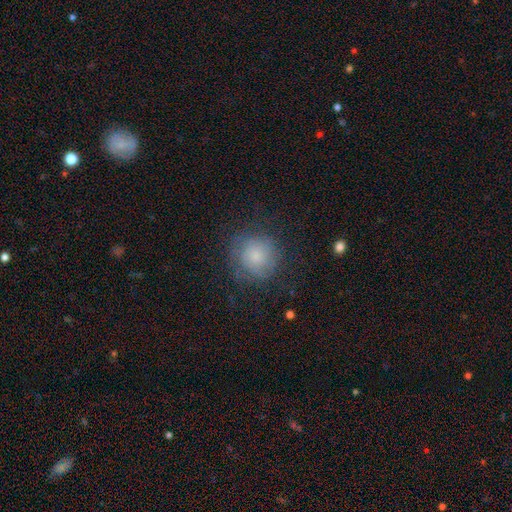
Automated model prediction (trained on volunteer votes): Q: Smooth or featured?
A: smooth (63%); runner-up: featured or disk (26%)
Q: How rounded?
A: round (92%); runner-up: in between (7%)
Q: Merging?
A: none (72%); runner-up: minor disturbance (17%)